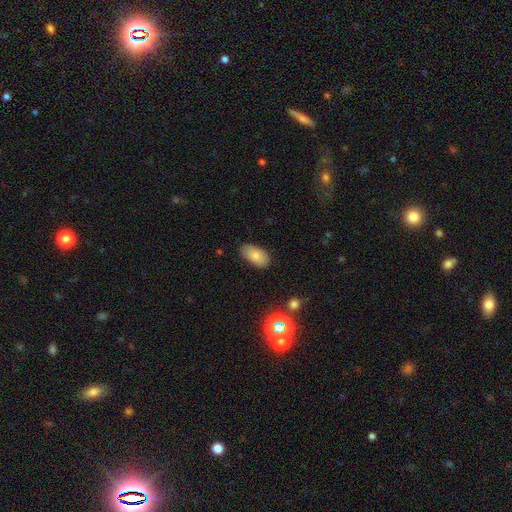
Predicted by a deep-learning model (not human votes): smooth_or_featured: smooth (p=0.79) [alt: featured or disk p=0.12]
how_rounded: in between (p=0.93) [alt: round p=0.04]
merging: none (p=0.81) [alt: minor disturbance p=0.15]